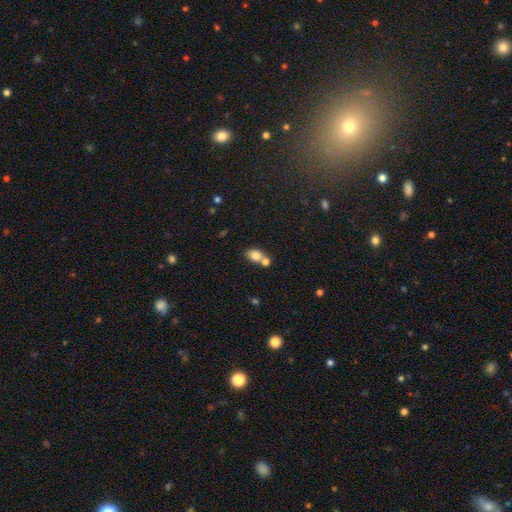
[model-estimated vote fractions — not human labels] smooth_or_featured: smooth (p=0.81) [alt: featured or disk p=0.09]
how_rounded: in between (p=0.77) [alt: round p=0.21]
merging: none (p=0.45) [alt: merger p=0.40]